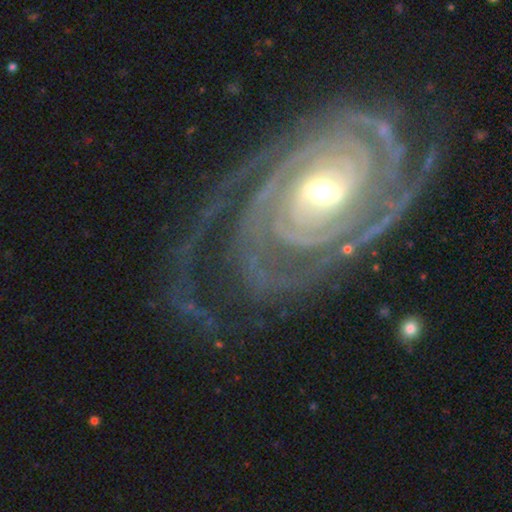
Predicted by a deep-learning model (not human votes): A featured or disk galaxy (92%) with no bar (39%), 2 (27%) tight (80%) spiral arms (98%) and a moderate central bulge (56%).

Vote fractions:
- Smooth or featured? featured or disk: 92% / star or artifact: 5% / smooth: 3%
- Edge-on disk? no: 96% / yes: 4%
- Bar? no: 39% / weak: 33% / strong: 28%
- Spiral arms? yes: 98% / no: 2%
- Spiral winding? tight: 80% / medium: 17% / loose: 3%
- Spiral arm count? 2: 27% / 3: 20% / can't tell: 18% / 4: 16% / more than 4: 11% / 1: 8%
- Bulge size? moderate: 56% / small: 36% / large: 5% / dominant: 1% / none: 1%
- Merging? none: 72% / minor disturbance: 16% / major disturbance: 11% / merger: 2%